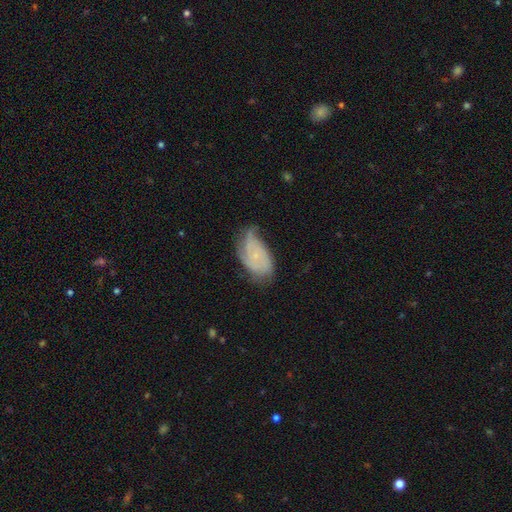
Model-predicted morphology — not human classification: Smooth or featured? featured or disk (65%)
Edge-on disk? no (96%)
Bar? no (76%)
Spiral arms? yes (89%)
Spiral winding? tight (44%)
Spiral arm count? can't tell (32%)
Bulge size? small (75%)
Merging? none (48%)